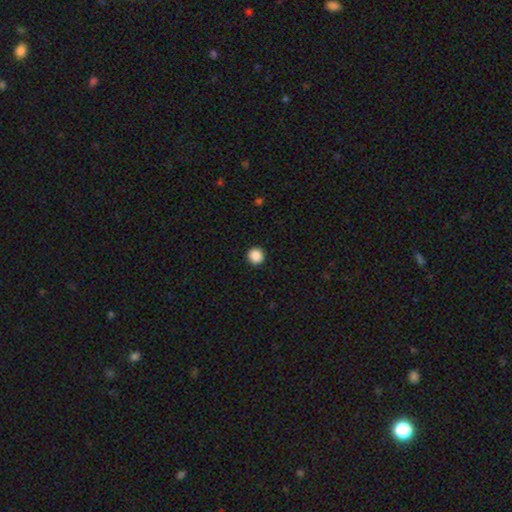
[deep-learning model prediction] This is clearly a smooth galaxy (88%). How rounded: clearly round (94%). Merging: clearly none (93%).